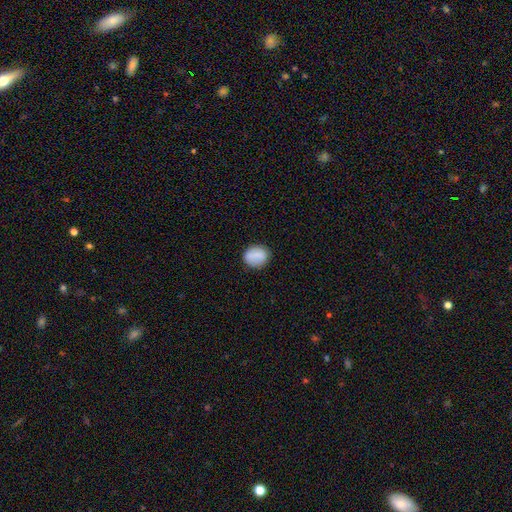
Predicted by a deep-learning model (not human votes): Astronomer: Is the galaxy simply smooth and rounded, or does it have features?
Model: smooth — 78%.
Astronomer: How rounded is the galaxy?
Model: round — 57% (runner-up: in between, 41%).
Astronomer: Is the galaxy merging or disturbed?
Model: none — 84%.